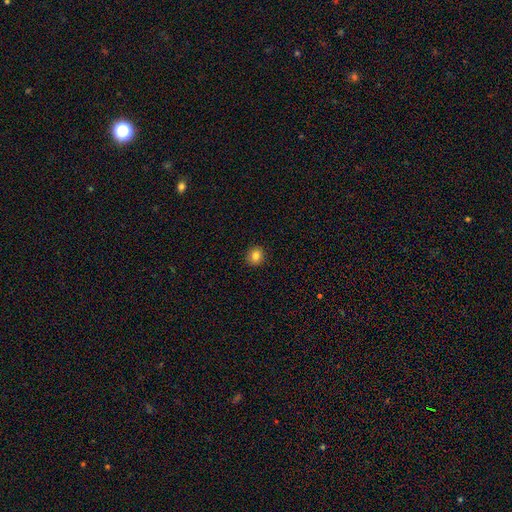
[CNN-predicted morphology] smooth_or_featured: smooth (p=0.83) [alt: star or artifact p=0.11]
how_rounded: round (p=0.85) [alt: in between p=0.14]
merging: none (p=0.92) [alt: minor disturbance p=0.06]